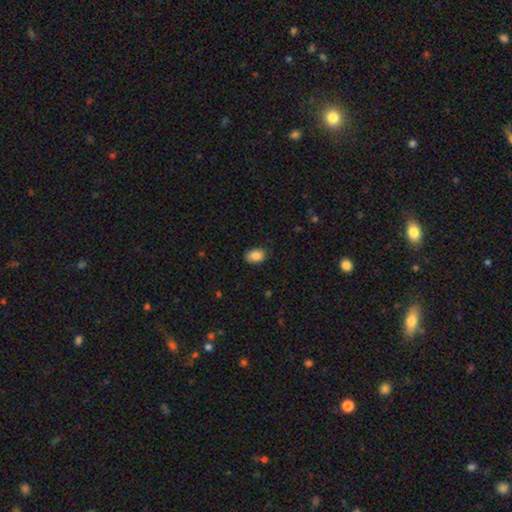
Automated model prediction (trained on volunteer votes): A smooth galaxy with no disk features (86%) that is in between round and cigar-shaped (79%). Merging: none (87%).